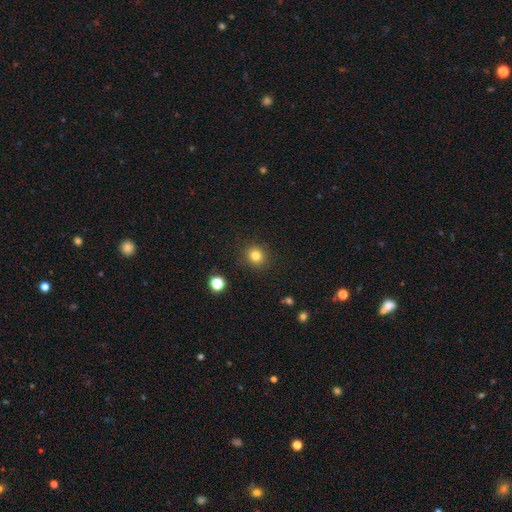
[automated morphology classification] Smooth or featured: smooth — 82% (star or artifact — 13%)
How rounded: round — 88% (in between — 11%)
Merging: none — 90% (minor disturbance — 7%)